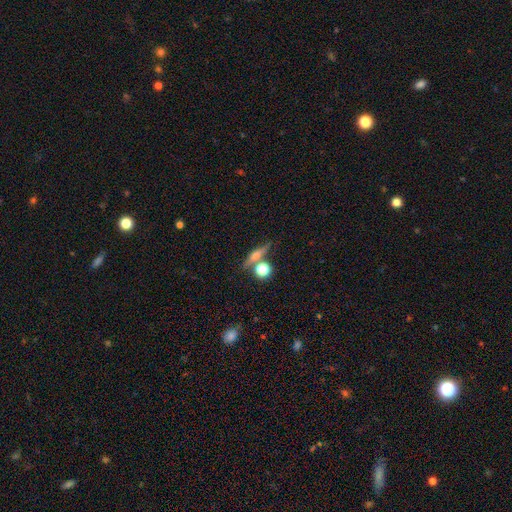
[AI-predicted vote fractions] Overall: featured or disk (53%; smooth 35%). Edge-on disk: yes (91%). Merging: none (71%).